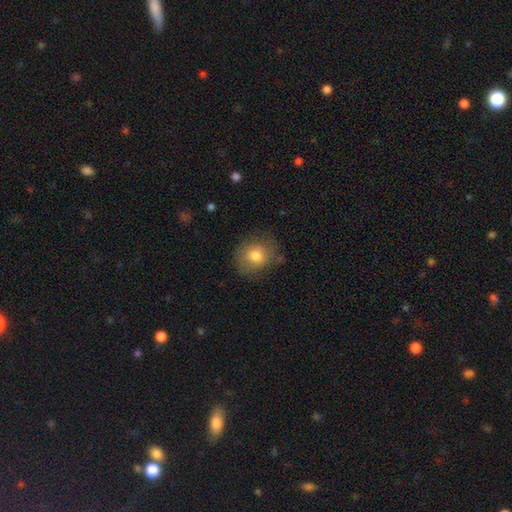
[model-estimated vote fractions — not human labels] Q: Smooth or featured?
A: smooth (75%); runner-up: featured or disk (16%)
Q: How rounded?
A: round (71%); runner-up: in between (28%)
Q: Merging?
A: none (70%); runner-up: minor disturbance (20%)